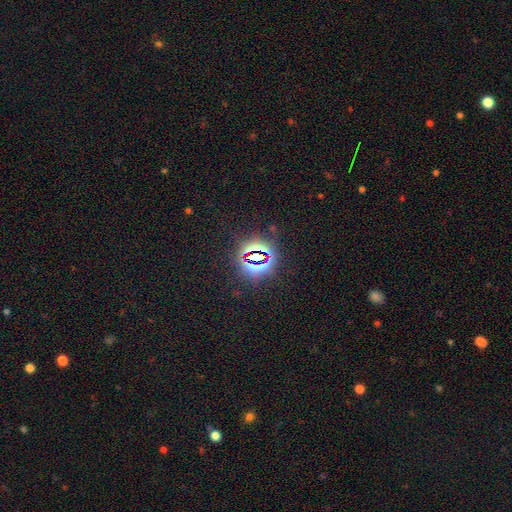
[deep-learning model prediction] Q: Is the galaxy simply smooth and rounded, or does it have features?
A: star or artifact — 79%.